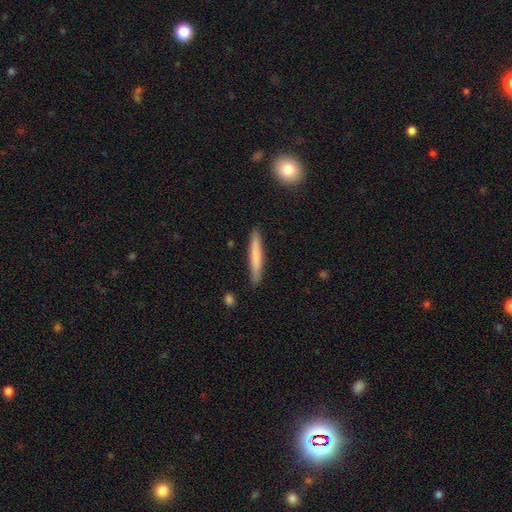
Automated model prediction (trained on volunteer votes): A smooth galaxy with no disk features (74%) that is cigar-shaped (95%).

Vote fractions:
- Smooth or featured? smooth: 74% / featured or disk: 21% / star or artifact: 6%
- How rounded? cigar-shaped: 95% / in between: 4% / round: 1%
- Merging? none: 89% / minor disturbance: 8% / major disturbance: 2% / merger: 1%